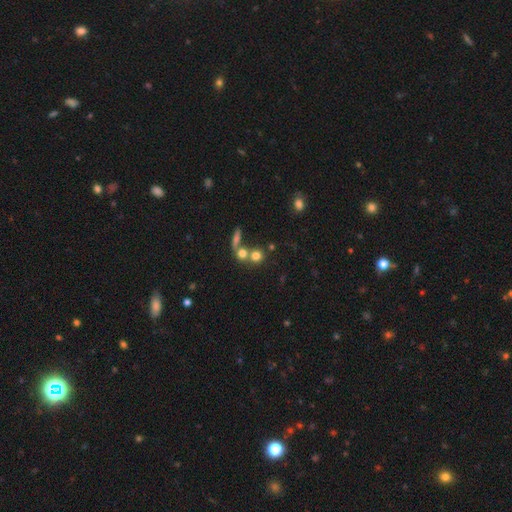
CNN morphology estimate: type=smooth (72%); roundness=round (84%); merging=none (46%).